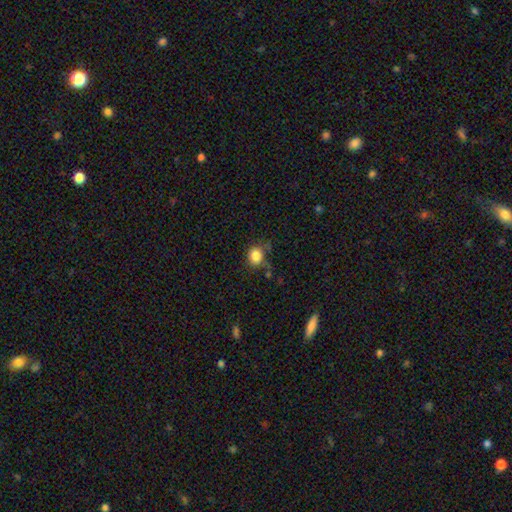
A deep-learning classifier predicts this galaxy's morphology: Q: Smooth or featured?
A: smooth (84%); runner-up: star or artifact (10%)
Q: How rounded?
A: round (73%); runner-up: in between (26%)
Q: Merging?
A: none (64%); runner-up: minor disturbance (23%)